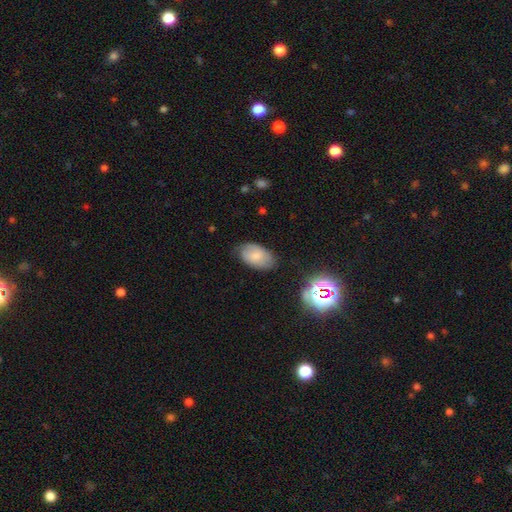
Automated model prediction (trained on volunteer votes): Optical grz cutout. It shows a smooth galaxy with no disk features (70%) that is in between round and cigar-shaped (93%). Merging: none (74%).